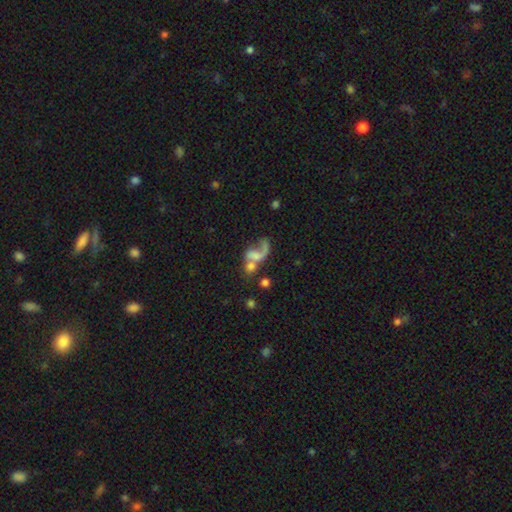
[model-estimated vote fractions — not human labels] The model was most divided on "smooth or featured": featured or disk: 49%, smooth: 38%, star or artifact: 13%. Remaining: merging — merger (47%).